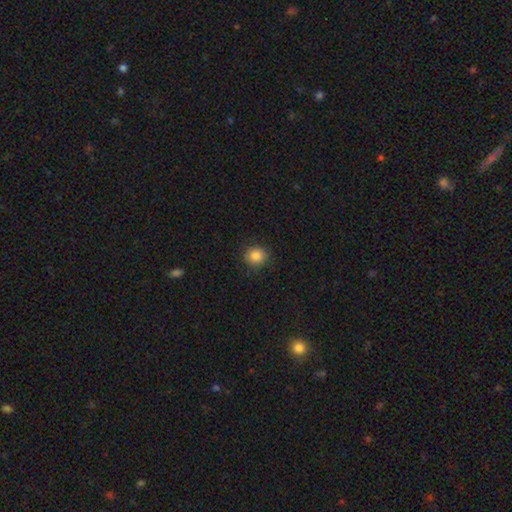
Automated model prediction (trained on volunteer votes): A smooth galaxy with no disk features (85%) that is round (82%). Merging: none (88%).